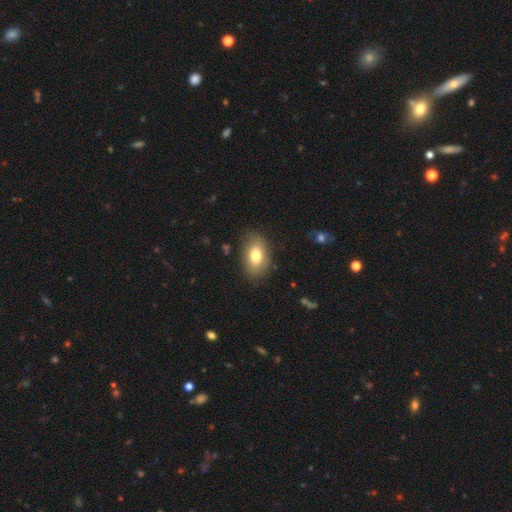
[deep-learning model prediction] Smooth or featured? Predicted: smooth (p=0.76). How rounded? Predicted: in between (p=0.89). Merging? Predicted: none (p=0.82).